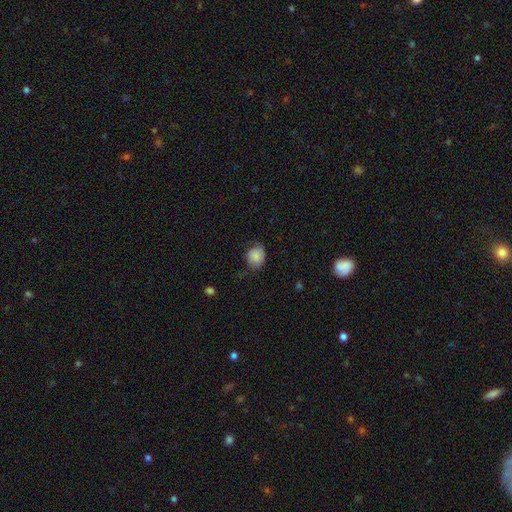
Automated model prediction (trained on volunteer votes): Overall: smooth (82%). How rounded: round (64%; in between 36%). Merging: none (57%; minor disturbance 32%).